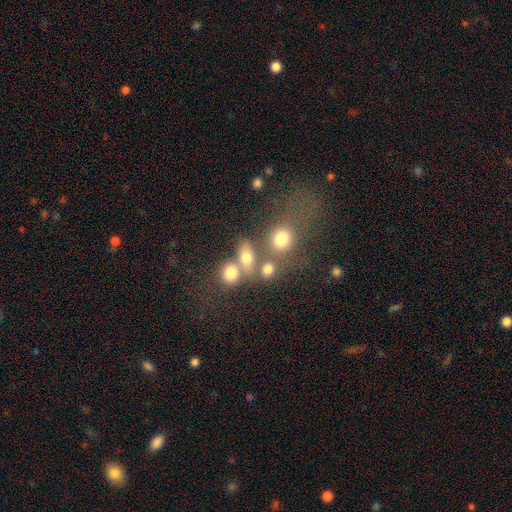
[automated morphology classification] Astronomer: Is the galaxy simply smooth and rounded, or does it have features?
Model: smooth — 46% (runner-up: star or artifact, 33%).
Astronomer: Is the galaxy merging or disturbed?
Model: merger — 49% (runner-up: none, 35%).